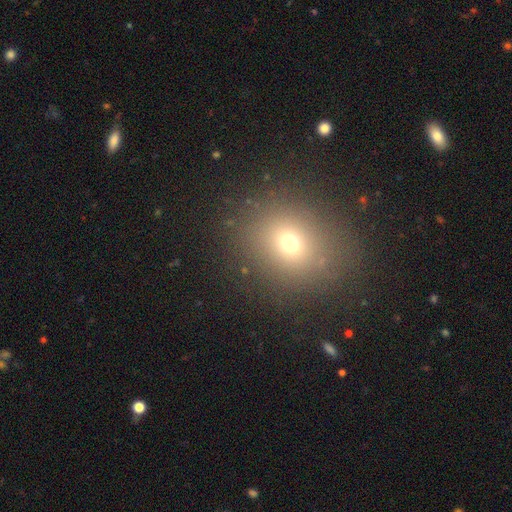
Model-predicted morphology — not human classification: Q: Smooth or featured?
A: smooth (65%); runner-up: star or artifact (25%)
Q: How rounded?
A: round (65%); runner-up: in between (33%)
Q: Merging?
A: none (89%); runner-up: minor disturbance (7%)